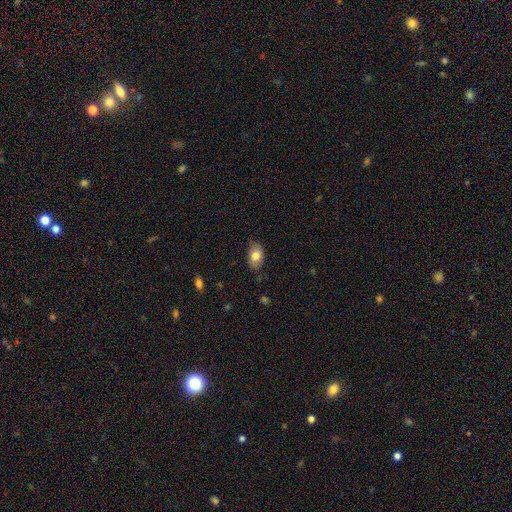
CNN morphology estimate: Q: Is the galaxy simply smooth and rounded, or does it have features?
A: smooth — 77%.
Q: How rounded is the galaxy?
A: in between — 89%.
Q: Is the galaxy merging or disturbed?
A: none — 76%.